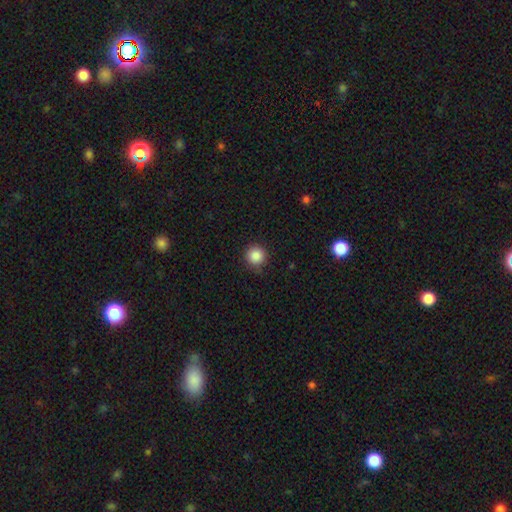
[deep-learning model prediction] Smooth or featured: smooth — 86% (star or artifact — 10%)
How rounded: round — 95% (in between — 4%)
Merging: none — 88% (minor disturbance — 9%)